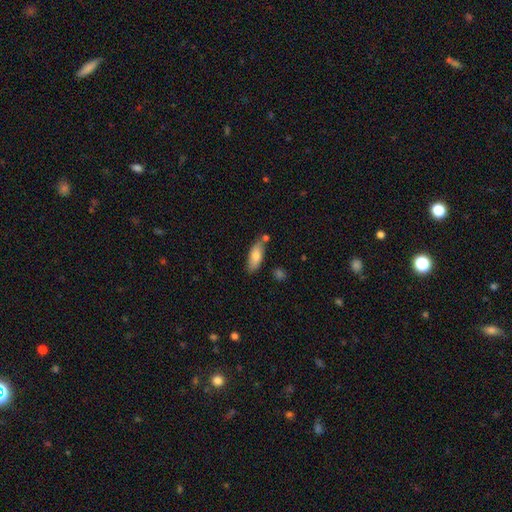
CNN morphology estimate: Smooth or featured: smooth — 77% (featured or disk — 16%)
How rounded: in between — 73% (cigar-shaped — 25%)
Merging: none — 70% (minor disturbance — 16%)